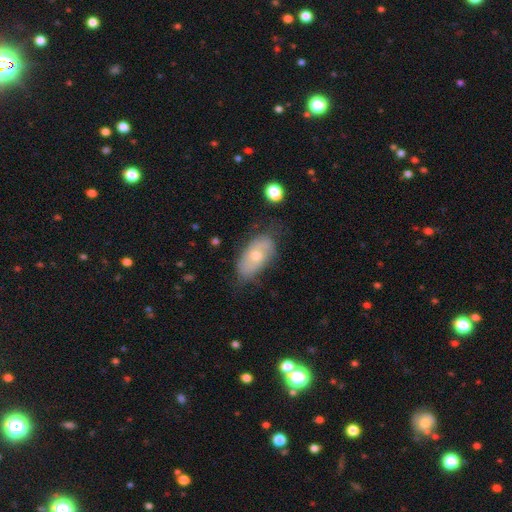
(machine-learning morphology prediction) smooth_or_featured: smooth (p=0.52) [alt: featured or disk p=0.40]
how_rounded: in between (p=0.91) [alt: round p=0.05]
merging: none (p=0.61) [alt: minor disturbance p=0.28]